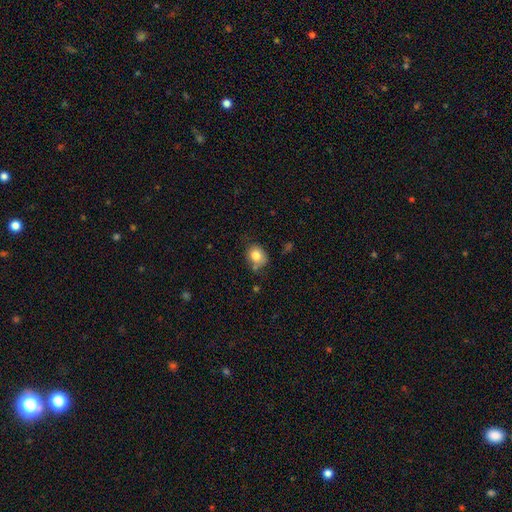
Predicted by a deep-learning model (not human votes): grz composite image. It shows a smooth galaxy with no disk features (81%) that is round (62%). Merging: none (61%).